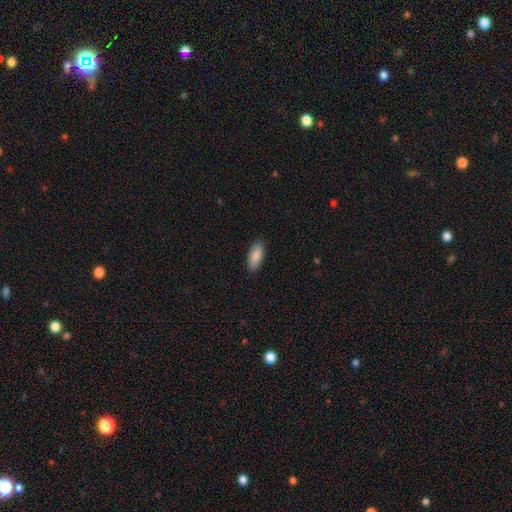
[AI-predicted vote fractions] smooth_or_featured: smooth (p=0.89) [alt: star or artifact p=0.06]
how_rounded: in between (p=0.86) [alt: cigar-shaped p=0.12]
merging: none (p=0.88) [alt: minor disturbance p=0.09]